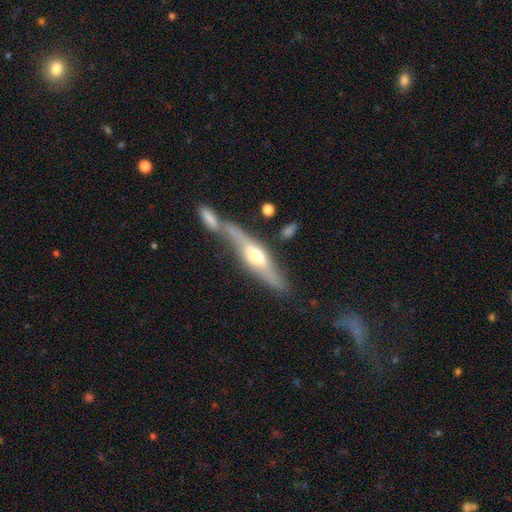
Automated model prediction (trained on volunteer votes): This appears to be a featured or disk galaxy (62%) viewed edge-on (83%) with a rounded central bulge (84%). Merging: none (43%).